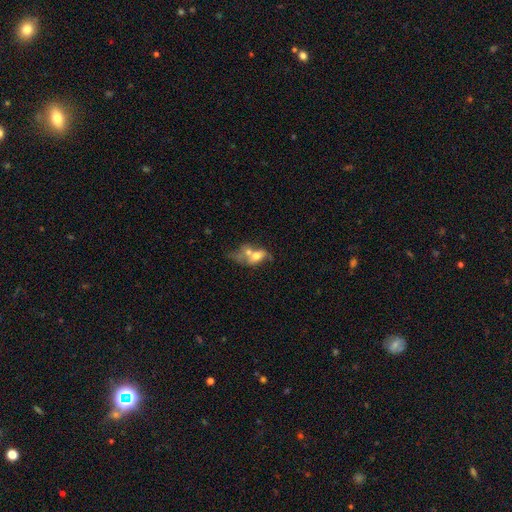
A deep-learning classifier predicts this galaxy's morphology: Overall: smooth (58%; featured or disk 33%). How rounded: in between (78%). Merging: merger (63%).